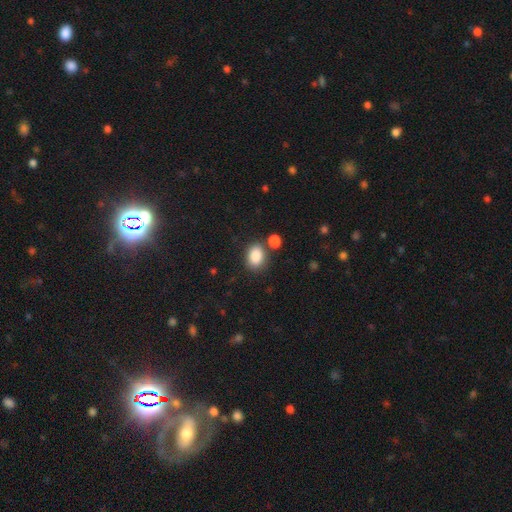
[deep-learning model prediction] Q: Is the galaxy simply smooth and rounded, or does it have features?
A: smooth — 88%.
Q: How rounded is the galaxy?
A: in between — 78%.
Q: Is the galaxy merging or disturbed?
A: none — 73%.